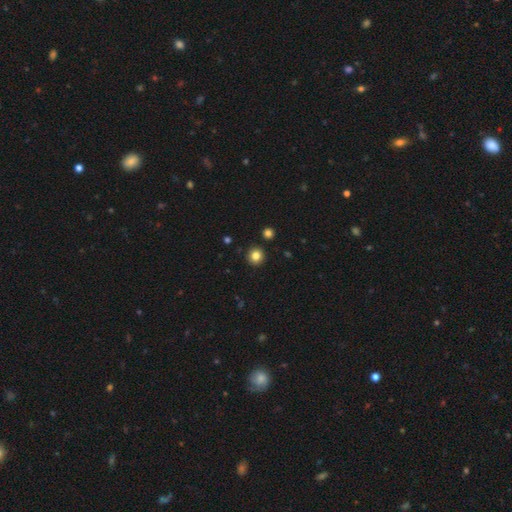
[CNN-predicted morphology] type=smooth (83%); roundness=round (93%); merging=none (91%).